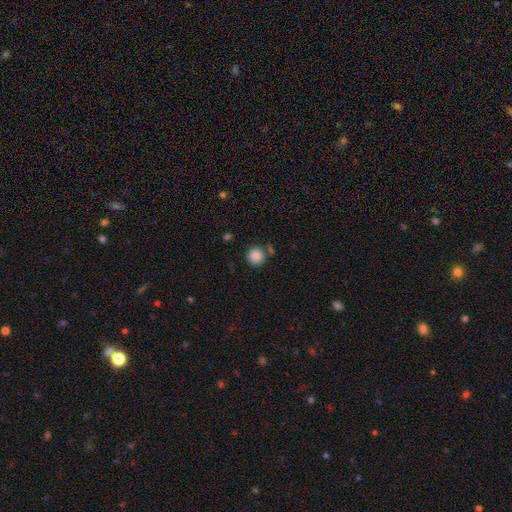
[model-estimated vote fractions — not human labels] Smooth or featured?
  - smooth: 86% *
  - star or artifact: 9%
  - featured or disk: 4%
How rounded?
  - round: 95% *
  - in between: 5%
  - cigar-shaped: 1%
Merging?
  - none: 81% *
  - minor disturbance: 9%
  - merger: 7%
  - major disturbance: 3%